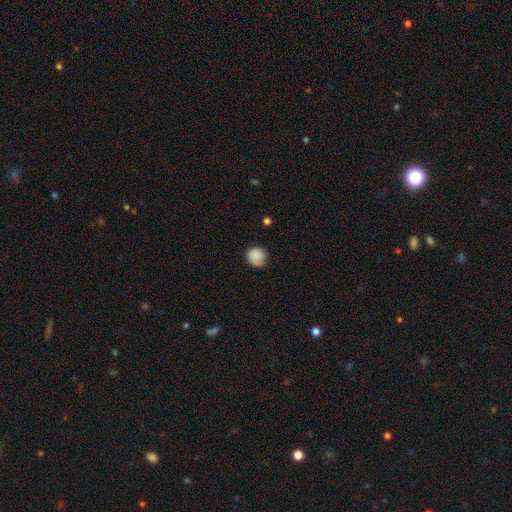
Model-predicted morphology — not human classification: A smooth galaxy with no disk features (87%) that is round (89%).

Vote fractions:
- Smooth or featured? smooth: 87% / star or artifact: 8% / featured or disk: 5%
- How rounded? round: 89% / in between: 10% / cigar-shaped: 1%
- Merging? none: 76% / minor disturbance: 19% / major disturbance: 4% / merger: 1%